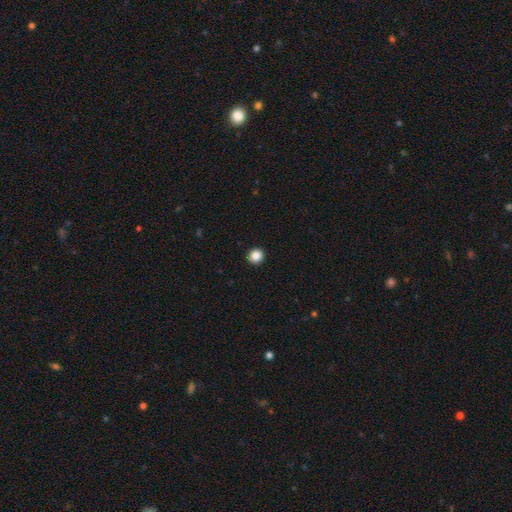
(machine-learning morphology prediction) This appears to be a smooth galaxy with no disk features (86%) that is round (93%). Merging: none (94%).